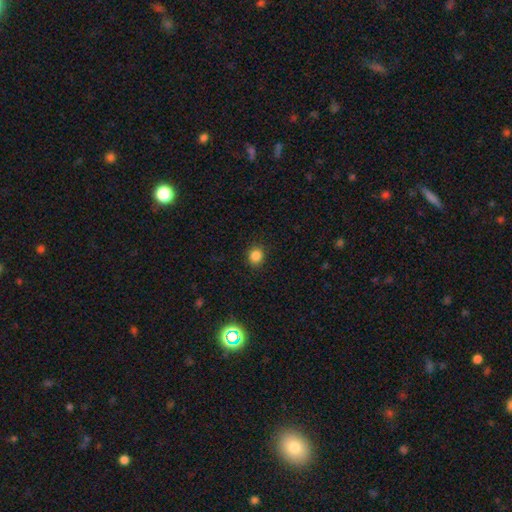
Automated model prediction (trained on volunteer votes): Morphology: type=smooth (84%); roundness=round (85%); merging=none (89%).